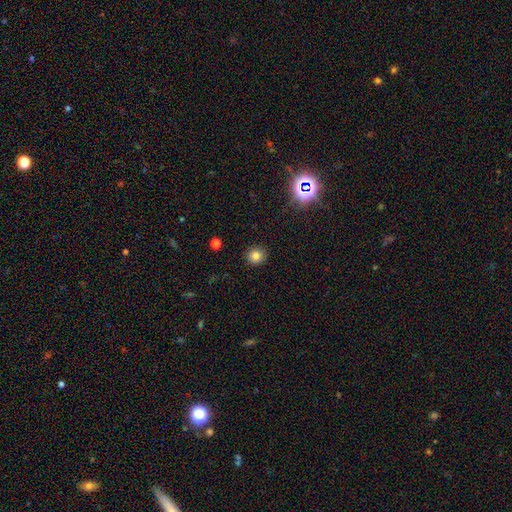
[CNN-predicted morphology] Smooth or featured? Predicted: smooth (p=0.81). How rounded? Predicted: round (p=0.91). Merging? Predicted: none (p=0.91).